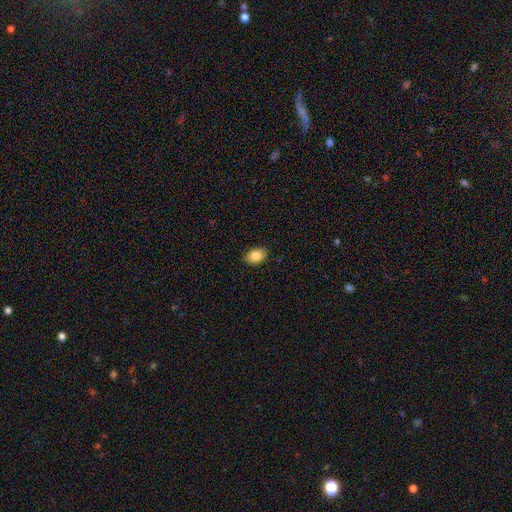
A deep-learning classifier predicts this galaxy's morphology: Smooth or featured? Predicted: smooth (p=0.84). How rounded? Predicted: in between (p=0.77). Merging? Predicted: none (p=0.86).